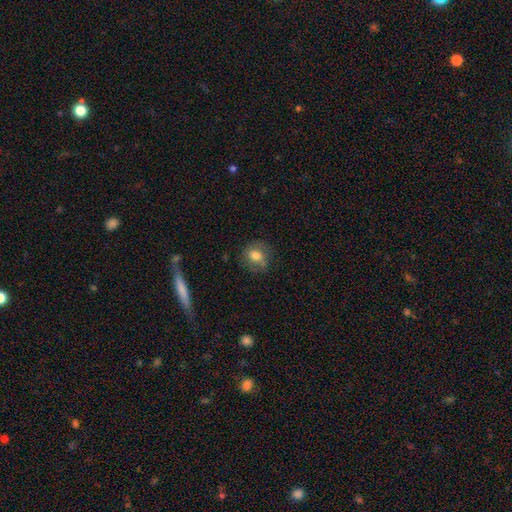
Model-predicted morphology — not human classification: Smooth or featured? smooth (75%)
How rounded? round (67%)
Merging? none (74%)